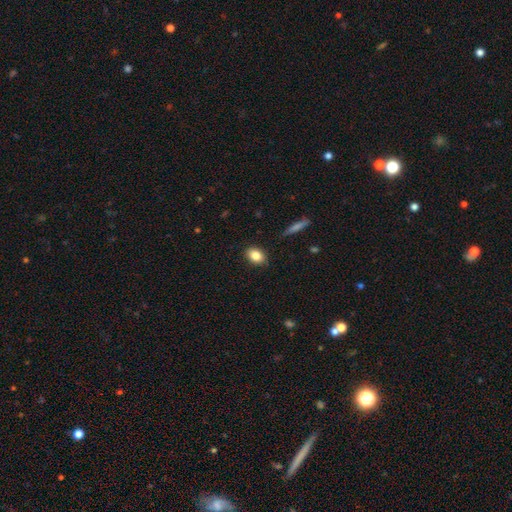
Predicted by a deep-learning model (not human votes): smooth_or_featured: smooth (p=0.84) [alt: star or artifact p=0.08]
how_rounded: in between (p=0.71) [alt: round p=0.27]
merging: none (p=0.87) [alt: minor disturbance p=0.10]